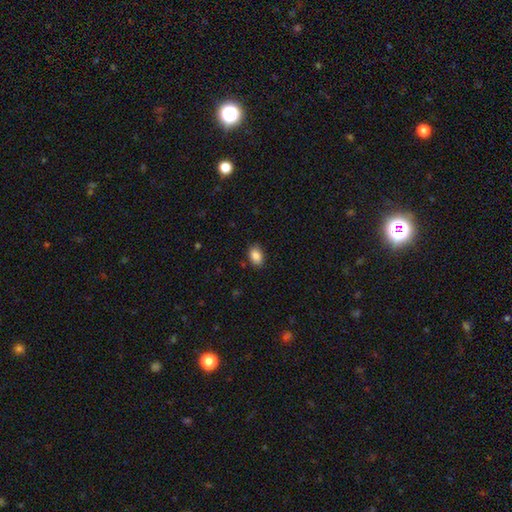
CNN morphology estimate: This appears to be a smooth galaxy with no disk features (88%) that is in between round and cigar-shaped (86%). Merging: none (85%).